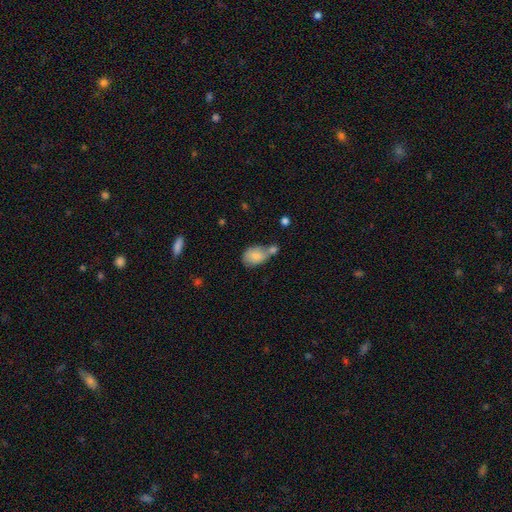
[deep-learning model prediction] Morphology: type=smooth (79%); roundness=in between (76%); merging=merger (40%).